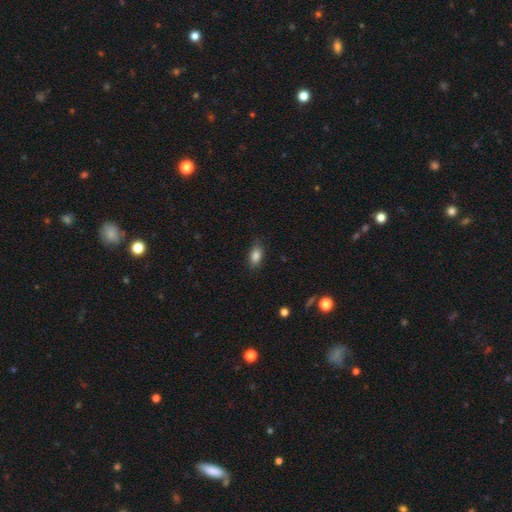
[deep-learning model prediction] A smooth galaxy with no disk features (85%) that is in between round and cigar-shaped (88%).

Vote fractions:
- Smooth or featured? smooth: 85% / star or artifact: 8% / featured or disk: 6%
- How rounded? in between: 88% / round: 7% / cigar-shaped: 5%
- Merging? none: 82% / minor disturbance: 14% / major disturbance: 3% / merger: 1%